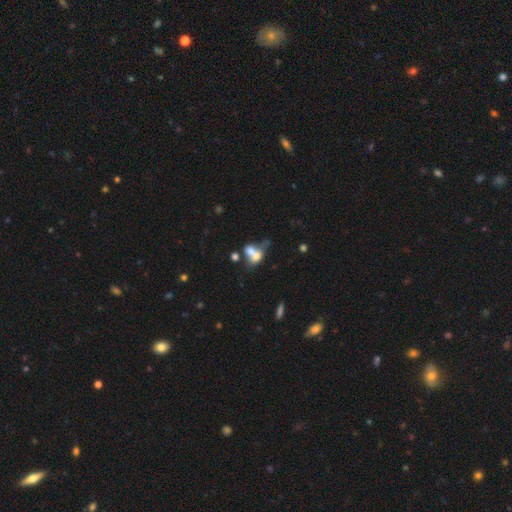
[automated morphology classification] Smooth or featured?
  - smooth: 58% *
  - featured or disk: 30%
  - star or artifact: 12%
How rounded?
  - in between: 72% *
  - round: 24%
  - cigar-shaped: 5%
Merging?
  - merger: 62% *
  - none: 17%
  - major disturbance: 12%
  - minor disturbance: 9%